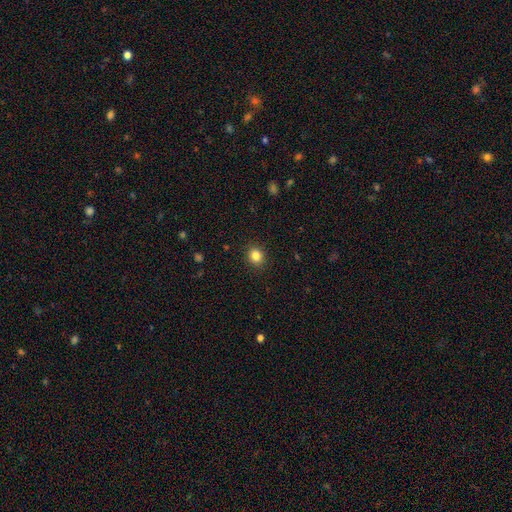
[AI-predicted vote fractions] smooth-or-featured: smooth: 84% | star or artifact: 11% | featured or disk: 5%
  how-rounded: round: 73% | in between: 26% | cigar-shaped: 1%
  merging: none: 90% | minor disturbance: 7% | major disturbance: 2% | merger: 1%